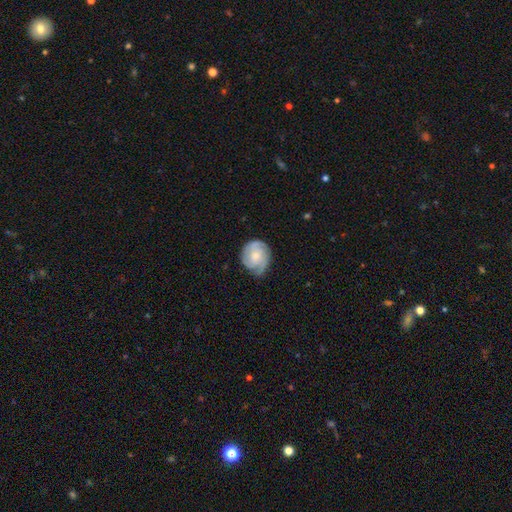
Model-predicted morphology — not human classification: This appears to be a featured or disk galaxy (69%) with no bar (74%), 3 (39%) tight (60%) spiral arms (93%) and a small central bulge (46%). Merging: none (66%).